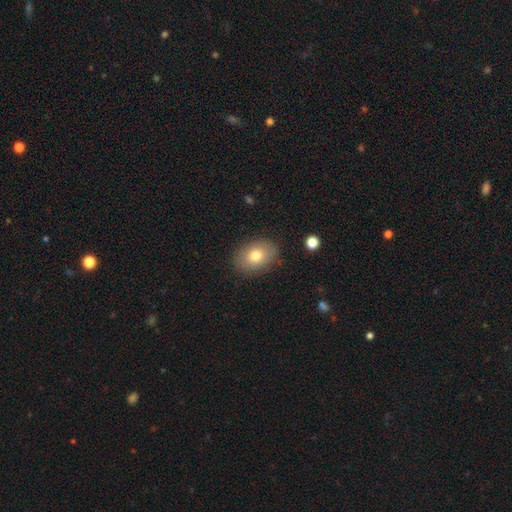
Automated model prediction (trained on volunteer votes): This appears to be a smooth galaxy with no disk features (76%) that is in between round and cigar-shaped (78%). Merging: none (85%).